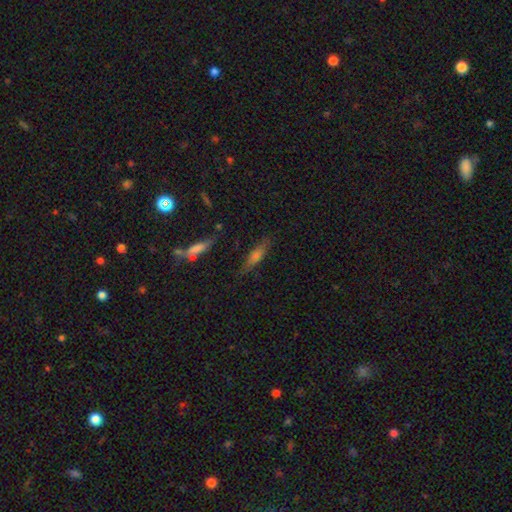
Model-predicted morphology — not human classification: Smooth or featured? Predicted: smooth (p=0.50). Merging? Predicted: none (p=0.79).